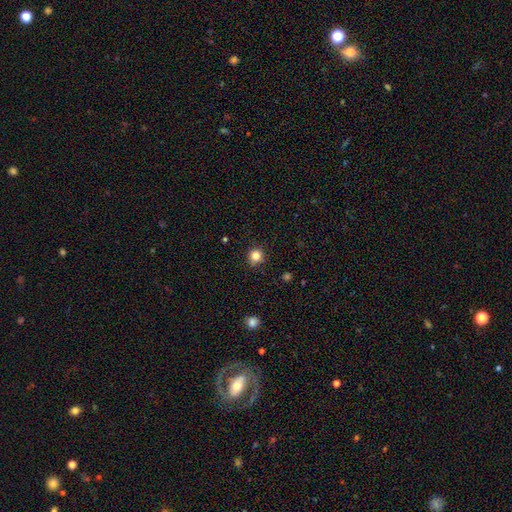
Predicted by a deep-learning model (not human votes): The model was most divided on "smooth or featured": smooth: 82%, star or artifact: 13%, featured or disk: 5%. More confident: how rounded — round (90%); merging — none (83%).